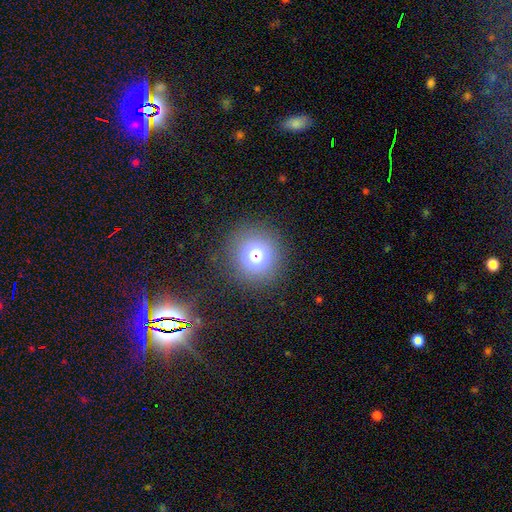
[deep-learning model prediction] smooth_or_featured: smooth (p=0.66) [alt: star or artifact p=0.22]
how_rounded: round (p=0.94) [alt: in between p=0.05]
merging: none (p=0.84) [alt: minor disturbance p=0.07]